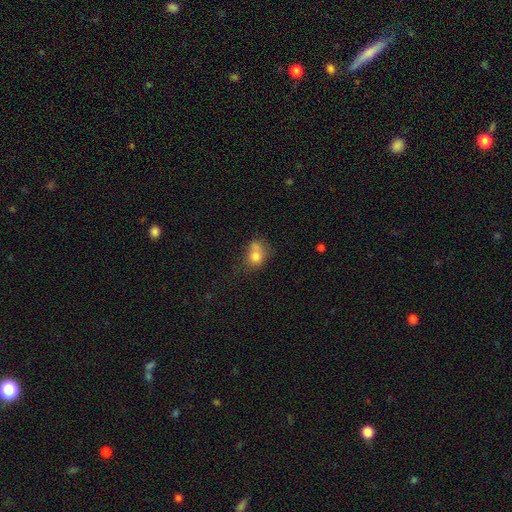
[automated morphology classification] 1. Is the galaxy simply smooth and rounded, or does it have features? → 75% smooth, 14% featured or disk, 11% star or artifact.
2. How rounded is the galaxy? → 59% round, 40% in between, 1% cigar-shaped.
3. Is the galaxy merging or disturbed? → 42% merger, 32% none, 17% minor disturbance, 10% major disturbance.